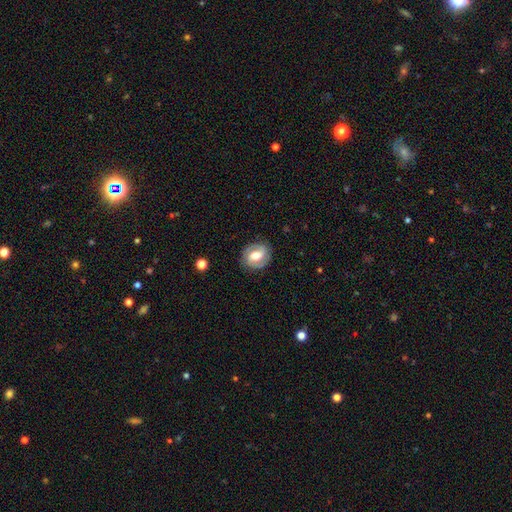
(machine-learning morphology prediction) A featured or disk galaxy (74%) with a weak bar (45%), 2 (88%) tight (43%, tied with medium) spiral arms (90%) and a moderate central bulge (66%).

Vote fractions:
- Smooth or featured? featured or disk: 74% / smooth: 20% / star or artifact: 6%
- Edge-on disk? no: 97% / yes: 3%
- Bar? weak: 45% / strong: 28% / no: 27%
- Spiral arms? yes: 90% / no: 10%
- Spiral winding? tight: 43% (tied) / medium: 43% (tied) / loose: 13%
- Spiral arm count? 2: 88% / can't tell: 6% / 1: 2% / 3: 2% / 4: 1% / more than 4: 1%
- Bulge size? moderate: 66% / large: 18% / small: 12% / dominant: 2% / none: 1%
- Merging? none: 84% / minor disturbance: 11% / major disturbance: 4% / merger: 1%